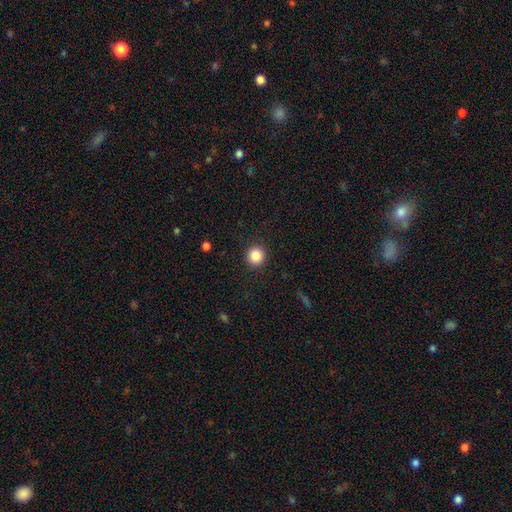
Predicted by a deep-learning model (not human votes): This appears to be a smooth galaxy with no disk features (86%) that is round (94%). Merging: none (92%).